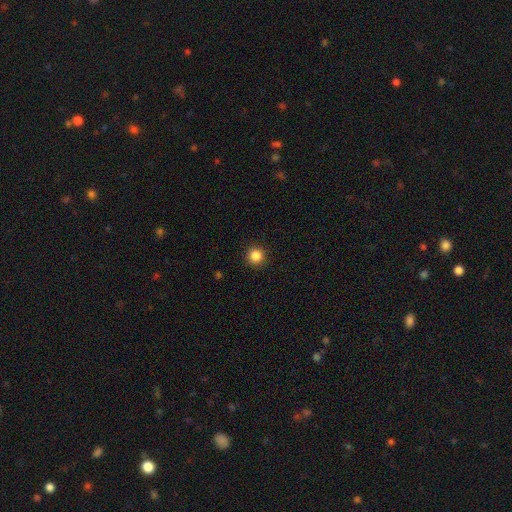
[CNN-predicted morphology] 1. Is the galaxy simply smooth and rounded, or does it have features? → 85% smooth, 11% star or artifact, 4% featured or disk.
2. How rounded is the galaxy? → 95% round, 4% in between, 1% cigar-shaped.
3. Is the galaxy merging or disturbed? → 93% none, 5% minor disturbance, 2% major disturbance, 1% merger.